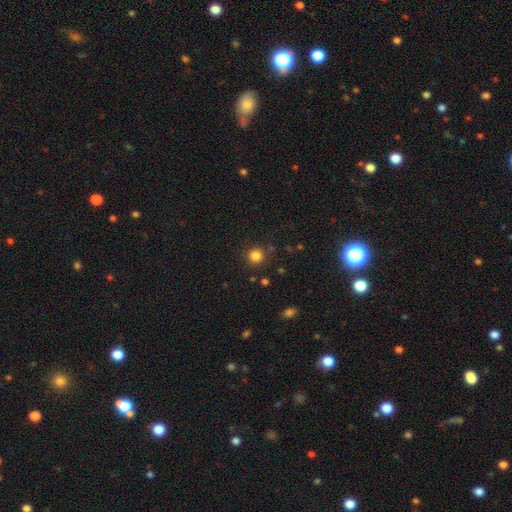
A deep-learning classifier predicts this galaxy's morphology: A smooth galaxy with no disk features (83%) that is round (93%). Merging: none (87%).